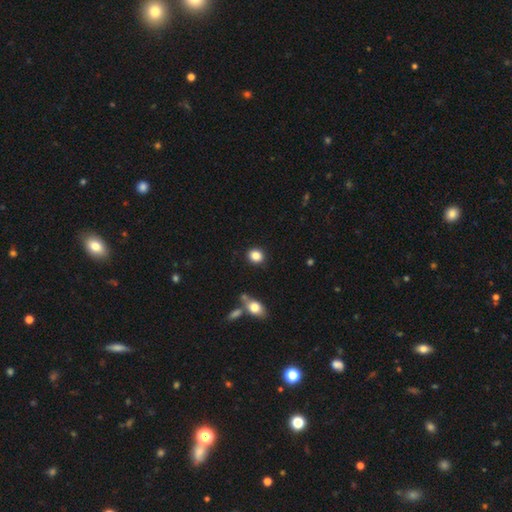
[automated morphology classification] smooth_or_featured: smooth (p=0.86) [alt: star or artifact p=0.09]
how_rounded: round (p=0.67) [alt: in between p=0.32]
merging: none (p=0.87) [alt: minor disturbance p=0.08]